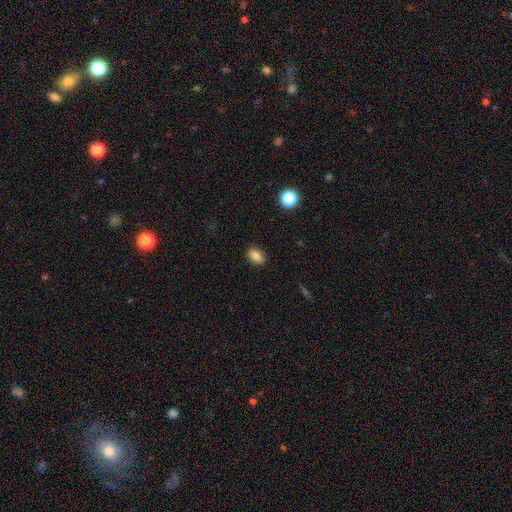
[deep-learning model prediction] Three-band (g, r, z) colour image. It shows a smooth galaxy with no disk features (84%) that is in between round and cigar-shaped (82%). Merging: none (88%).